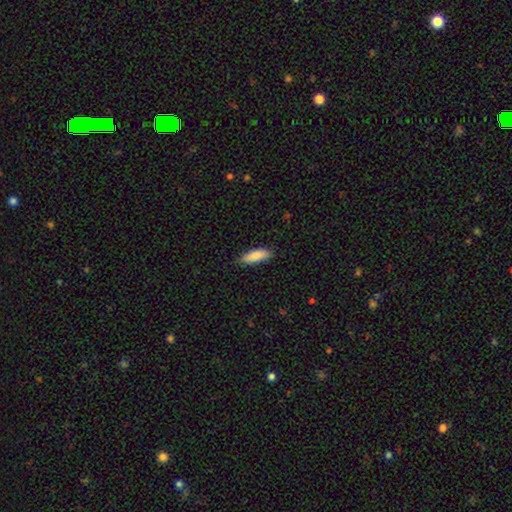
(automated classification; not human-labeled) smooth-or-featured: smooth: 86% | featured or disk: 8% | star or artifact: 6%
  how-rounded: in between: 63% | cigar-shaped: 35% | round: 2%
  merging: none: 83% | minor disturbance: 14% | major disturbance: 2% | merger: 1%